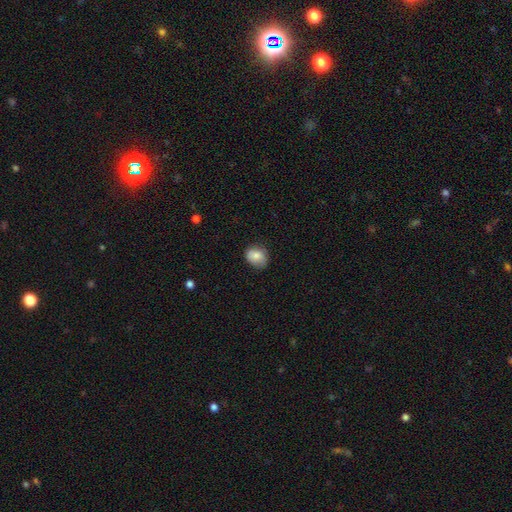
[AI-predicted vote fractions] Smooth or featured: smooth — 81% (featured or disk — 11%)
How rounded: in between — 55% (round — 44%)
Merging: none — 72% (minor disturbance — 23%)